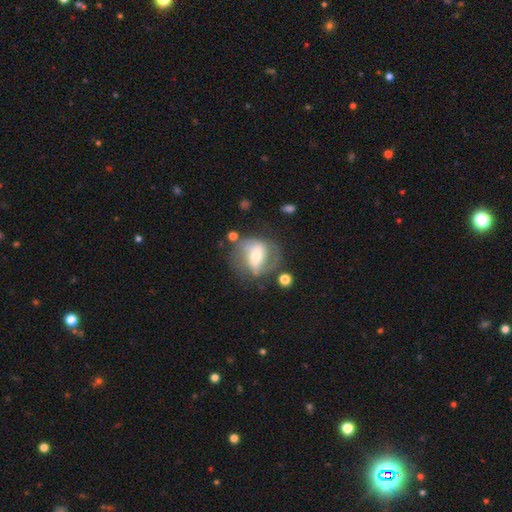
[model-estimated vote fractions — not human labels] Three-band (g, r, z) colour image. It shows a featured or disk galaxy (66%) with a weak bar (35%), spiral arms (74%) and a moderate central bulge (56%). Merging: none (55%).